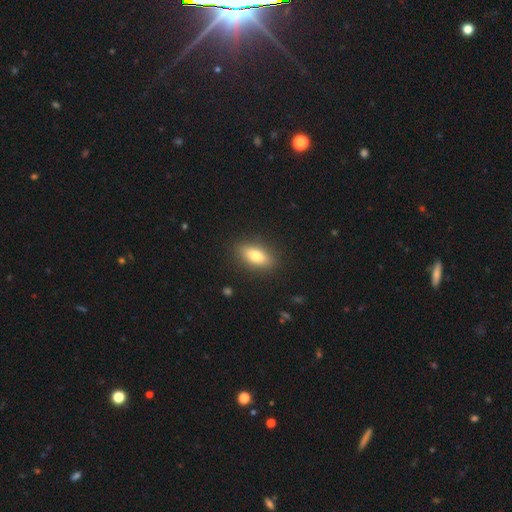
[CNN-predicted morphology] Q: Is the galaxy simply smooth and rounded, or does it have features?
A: smooth — 78%.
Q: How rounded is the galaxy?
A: in between — 80%.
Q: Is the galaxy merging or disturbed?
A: none — 88%.